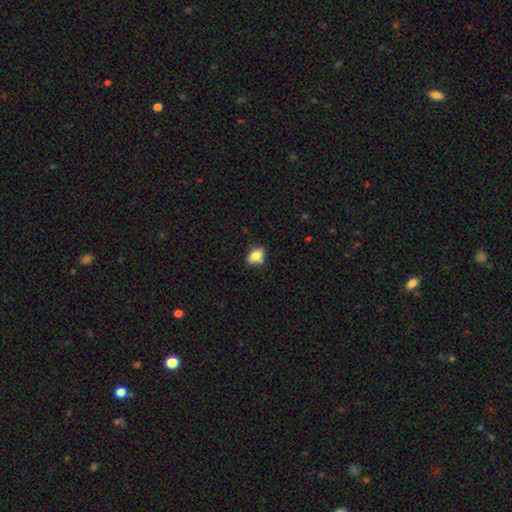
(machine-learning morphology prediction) Smooth or featured: smooth — 80% (featured or disk — 11%)
How rounded: in between — 78% (round — 20%)
Merging: none — 64% (minor disturbance — 21%)